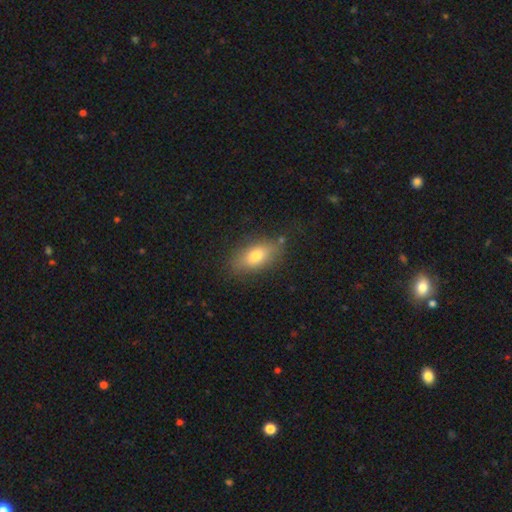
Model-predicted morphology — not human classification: Smooth or featured? Predicted: smooth (p=0.74). How rounded? Predicted: in between (p=0.85). Merging? Predicted: none (p=0.78).